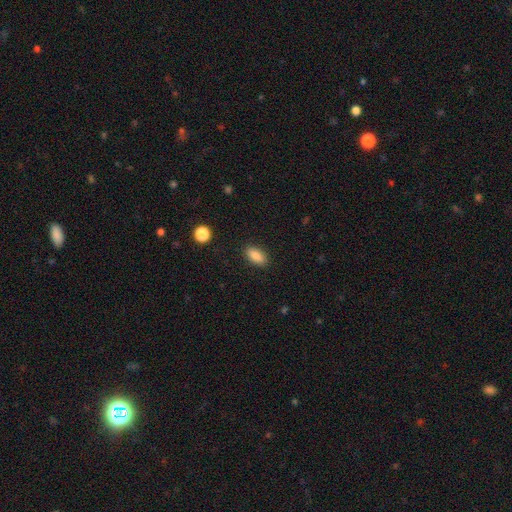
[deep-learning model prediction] smooth-or-featured: smooth: 88% | star or artifact: 8% | featured or disk: 4%
  how-rounded: in between: 89% | cigar-shaped: 7% | round: 4%
  merging: none: 88% | minor disturbance: 8% | major disturbance: 2% | merger: 1%